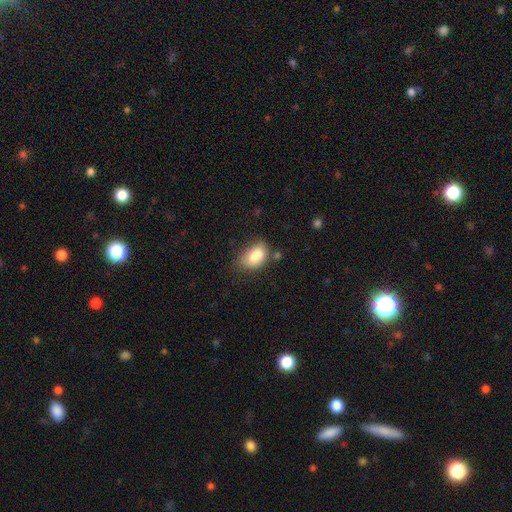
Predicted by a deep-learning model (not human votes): smooth-or-featured: smooth: 82% | featured or disk: 10% | star or artifact: 8%
  how-rounded: in between: 88% | round: 11% | cigar-shaped: 2%
  merging: none: 46% | minor disturbance: 29% | merger: 15% | major disturbance: 10%